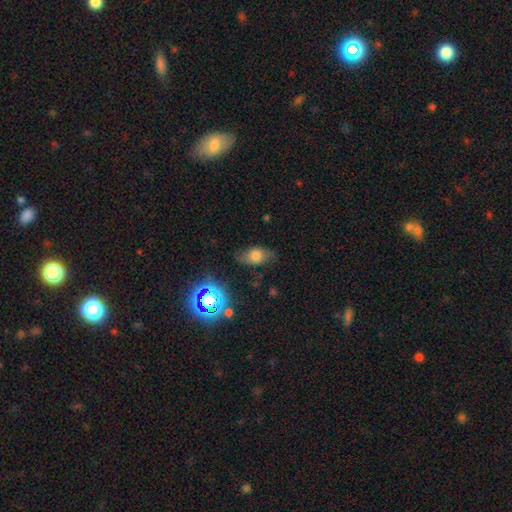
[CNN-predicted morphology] Smooth or featured? Predicted: smooth (p=0.61). How rounded? Predicted: in between (p=0.79). Merging? Predicted: none (p=0.66).